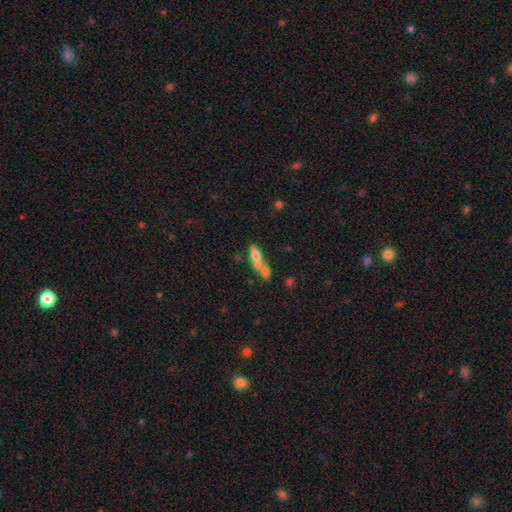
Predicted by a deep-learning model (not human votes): Morphology: type=smooth (61%); roundness=in between (61%); merging=merger (60%).